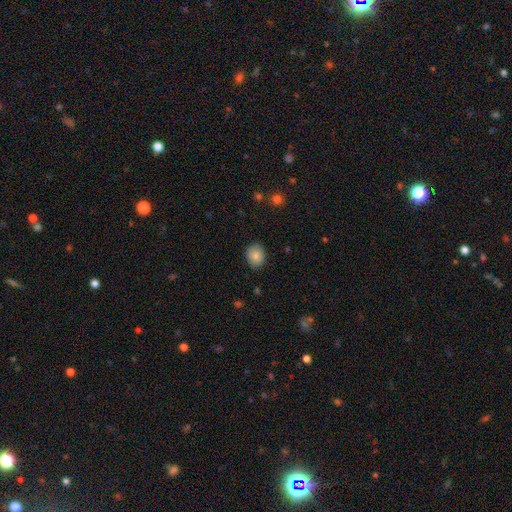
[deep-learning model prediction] Morphology: type=smooth (85%); roundness=round (51%); merging=none (85%).